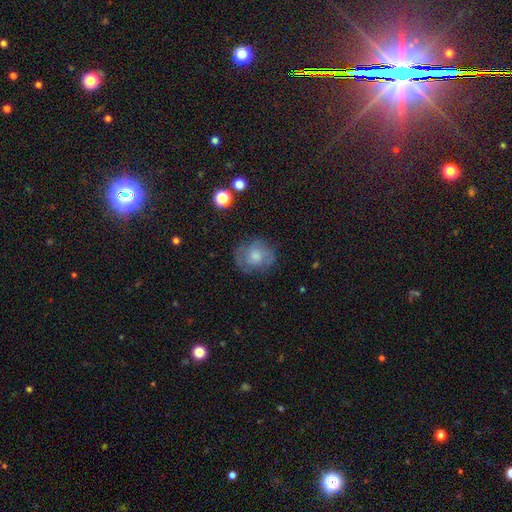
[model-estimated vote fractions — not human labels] This appears to be a smooth galaxy with no disk features (59%) that is round (75%). Merging: none (66%).